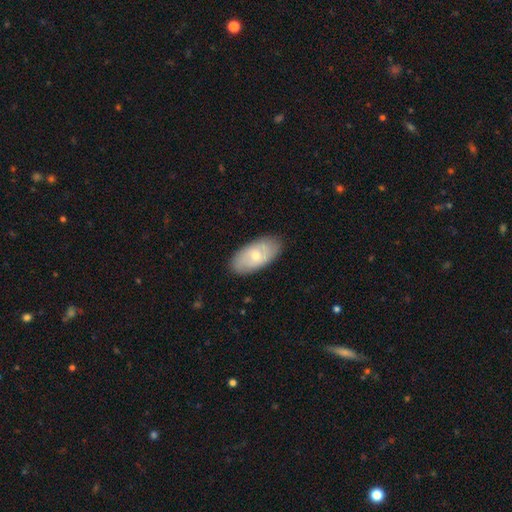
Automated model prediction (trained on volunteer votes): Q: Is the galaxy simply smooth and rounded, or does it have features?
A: smooth — 50%.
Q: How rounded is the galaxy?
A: in between — 92%.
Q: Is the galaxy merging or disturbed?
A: none — 84%.